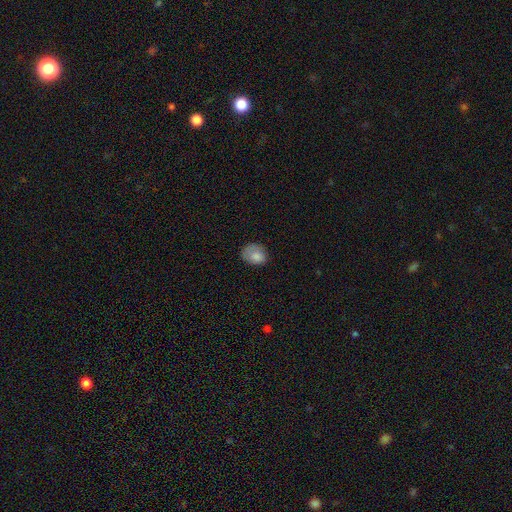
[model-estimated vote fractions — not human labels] A smooth galaxy with no disk features (81%) that is in between round and cigar-shaped (60%). Merging: none (53%).